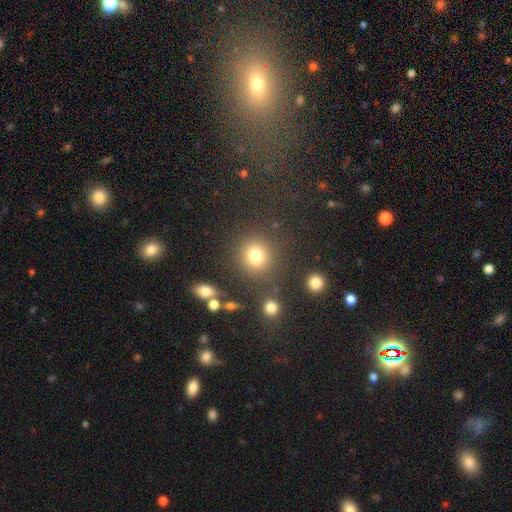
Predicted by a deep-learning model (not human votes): A smooth galaxy with no disk features (78%) that is round (88%).

Vote fractions:
- Smooth or featured? smooth: 78% / star or artifact: 14% / featured or disk: 7%
- How rounded? round: 88% / in between: 11% / cigar-shaped: 1%
- Merging? none: 81% / minor disturbance: 9% / merger: 6% / major disturbance: 5%